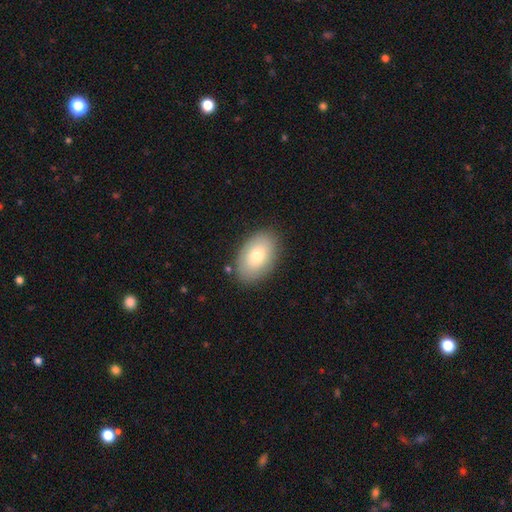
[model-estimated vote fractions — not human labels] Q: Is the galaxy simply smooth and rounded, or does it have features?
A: smooth — 74%.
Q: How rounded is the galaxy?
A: in between — 90%.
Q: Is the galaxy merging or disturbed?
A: none — 85%.